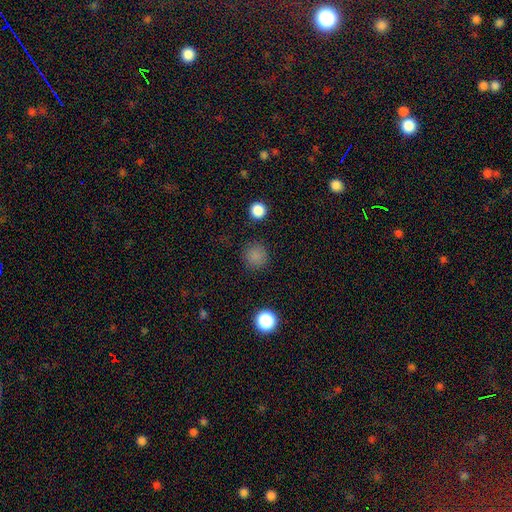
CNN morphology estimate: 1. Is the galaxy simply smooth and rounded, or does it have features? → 82% smooth, 14% star or artifact, 4% featured or disk.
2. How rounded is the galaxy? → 94% round, 5% in between, 1% cigar-shaped.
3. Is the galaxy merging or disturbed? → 88% none, 8% minor disturbance, 3% major disturbance, 2% merger.